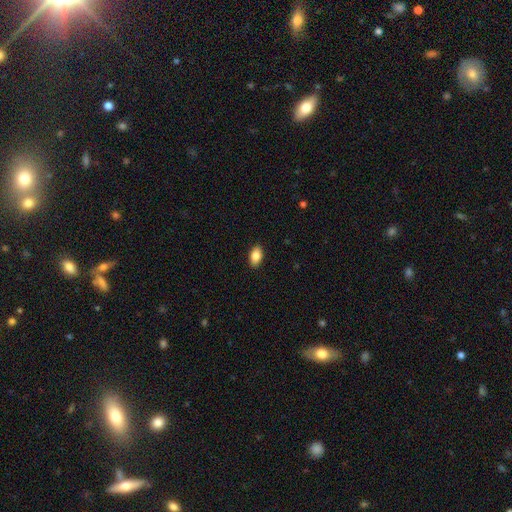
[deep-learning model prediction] smooth_or_featured: smooth (p=0.86) [alt: star or artifact p=0.07]
how_rounded: in between (p=0.92) [alt: round p=0.06]
merging: none (p=0.90) [alt: minor disturbance p=0.08]